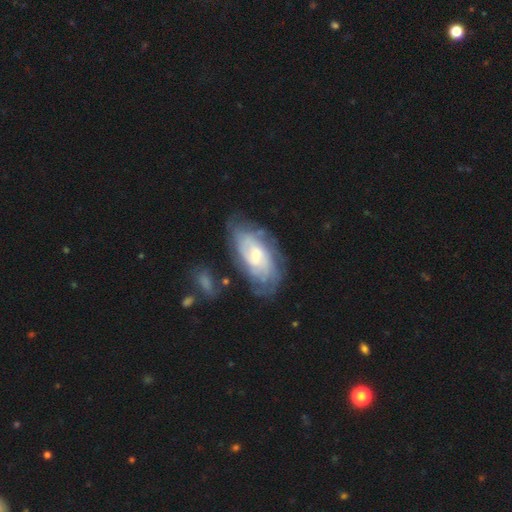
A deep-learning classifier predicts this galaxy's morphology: Smooth or featured? Predicted: featured or disk (p=0.75). Edge-on disk? Predicted: no (p=0.93). Bar? Predicted: no (p=0.54). Spiral arms? Predicted: yes (p=0.88). Spiral winding? Predicted: tight (p=0.63). Spiral arm count? Predicted: can't tell (p=0.57). Bulge size? Predicted: small (p=0.51). Merging? Predicted: none (p=0.67).